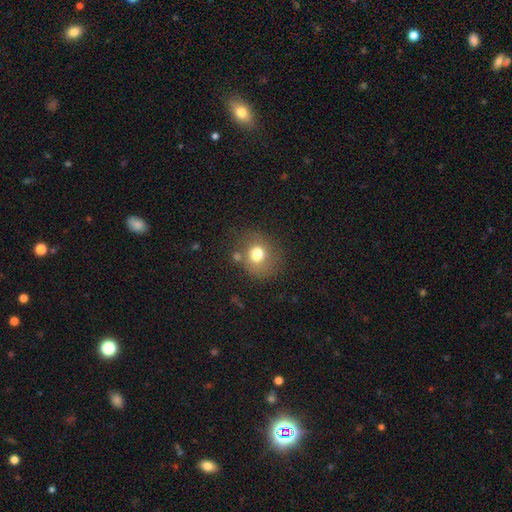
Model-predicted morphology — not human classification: Smooth or featured? Predicted: smooth (p=0.72). How rounded? Predicted: round (p=0.62). Merging? Predicted: none (p=0.59).